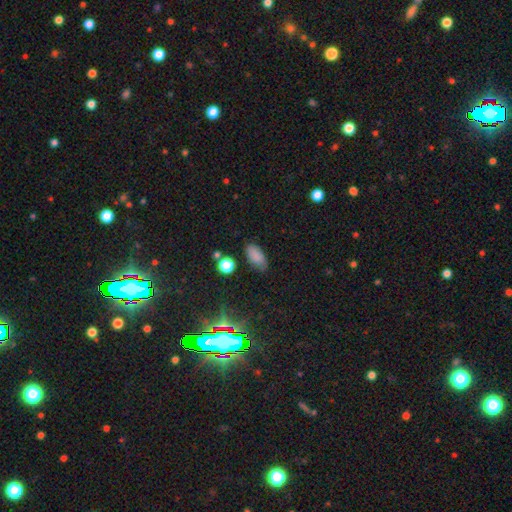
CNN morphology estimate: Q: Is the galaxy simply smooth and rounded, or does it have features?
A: smooth — 79%.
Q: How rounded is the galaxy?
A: in between — 90%.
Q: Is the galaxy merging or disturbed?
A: none — 71%.